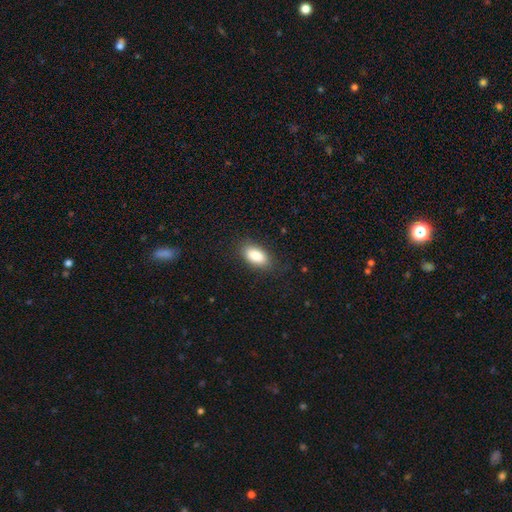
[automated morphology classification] smooth 87%, star or artifact 7%, featured or disk 6%. Down the decision tree: how rounded — in between (91%); merging — none (83%).